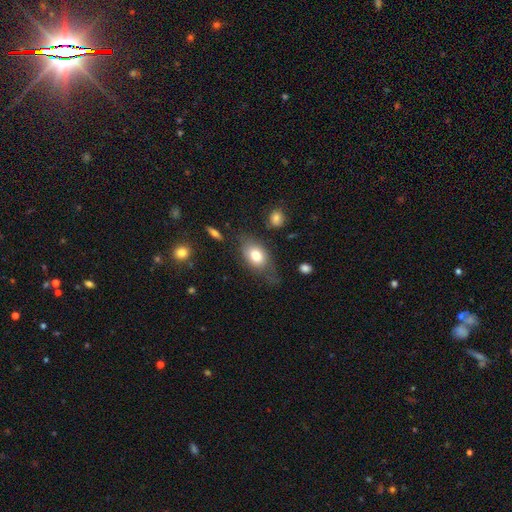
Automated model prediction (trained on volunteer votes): Smooth or featured? Predicted: smooth (p=0.76). How rounded? Predicted: in between (p=0.84). Merging? Predicted: none (p=0.58).